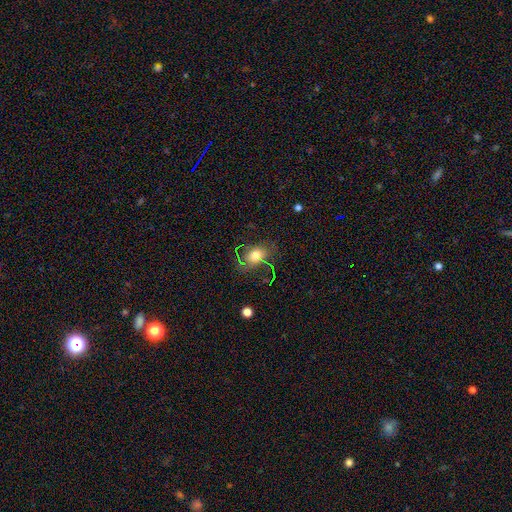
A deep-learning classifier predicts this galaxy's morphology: The model was most divided on "how rounded": in between: 68%, round: 30%, cigar-shaped: 2%. More confident: merging — none (68%); smooth or featured — smooth (64%).